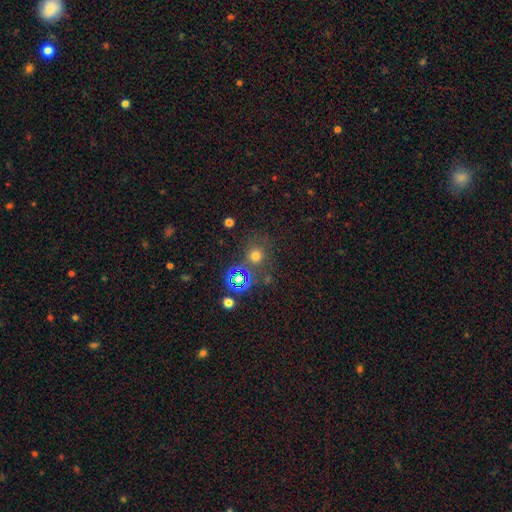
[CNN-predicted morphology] Smooth or featured? Predicted: smooth (p=0.65). How rounded? Predicted: round (p=0.90). Merging? Predicted: none (p=0.73).